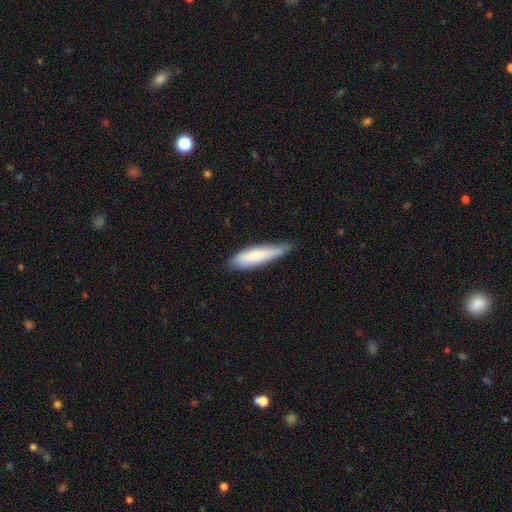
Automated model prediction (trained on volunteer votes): A smooth galaxy with no disk features (78%) that is cigar-shaped (75%).

Vote fractions:
- Smooth or featured? smooth: 78% / featured or disk: 17% / star or artifact: 6%
- How rounded? cigar-shaped: 75% / in between: 24% / round: 1%
- Merging? none: 65% / minor disturbance: 29% / major disturbance: 4% / merger: 1%